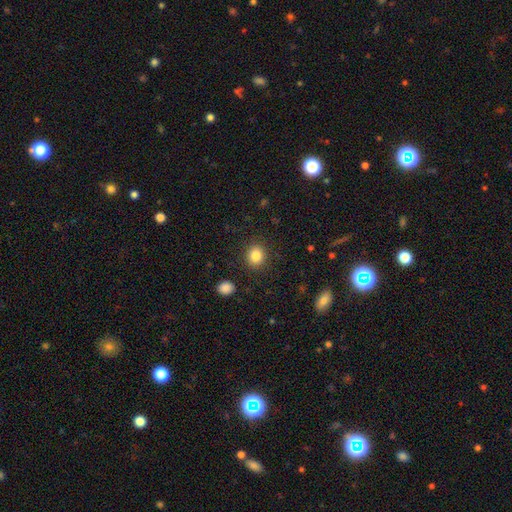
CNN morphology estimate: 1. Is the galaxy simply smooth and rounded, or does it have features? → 85% smooth, 10% star or artifact, 5% featured or disk.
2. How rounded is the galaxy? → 72% round, 28% in between, 1% cigar-shaped.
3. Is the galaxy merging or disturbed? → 89% none, 7% minor disturbance, 3% major disturbance, 1% merger.